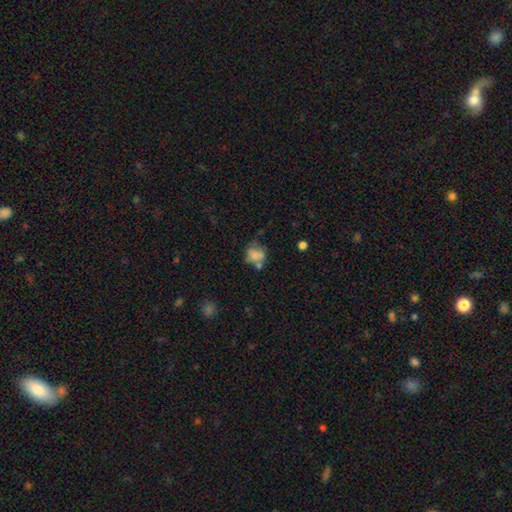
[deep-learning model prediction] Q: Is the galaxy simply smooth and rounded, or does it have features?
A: smooth — 63%.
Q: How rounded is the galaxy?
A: round — 59%.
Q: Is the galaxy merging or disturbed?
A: none — 37%.